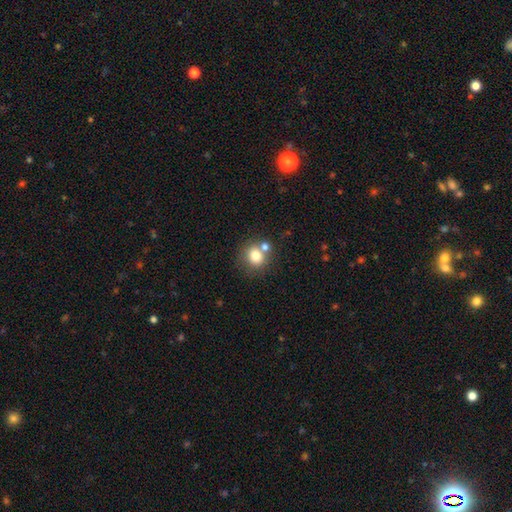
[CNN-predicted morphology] This is likely a smooth galaxy (78%). How rounded: clearly round (83%). Merging: likely none (61%).